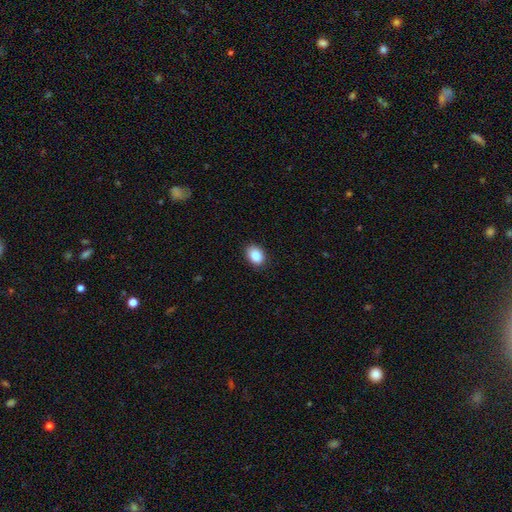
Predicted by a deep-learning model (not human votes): Smooth or featured?
  - smooth: 87% *
  - star or artifact: 9%
  - featured or disk: 5%
How rounded?
  - in between: 71% *
  - round: 28%
  - cigar-shaped: 1%
Merging?
  - none: 88% *
  - minor disturbance: 9%
  - major disturbance: 2%
  - merger: 1%